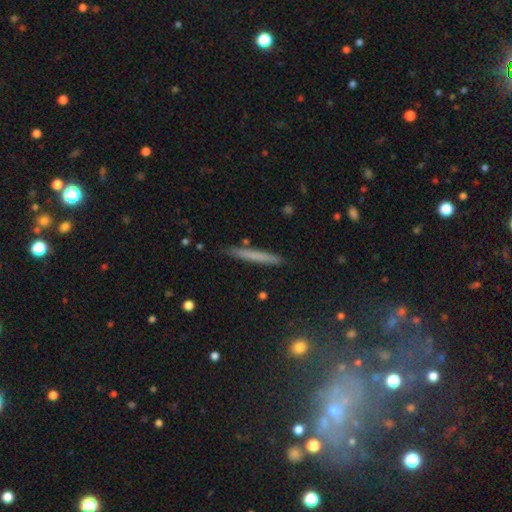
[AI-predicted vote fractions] This is likely a smooth galaxy (66%). How rounded: clearly cigar-shaped (96%). Merging: clearly none (89%).